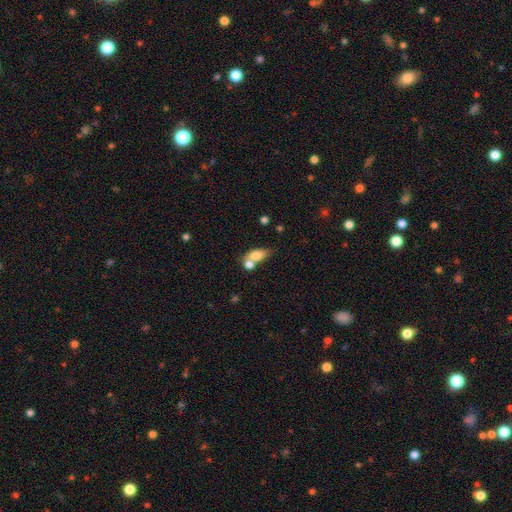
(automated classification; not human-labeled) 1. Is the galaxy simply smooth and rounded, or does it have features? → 74% smooth, 18% featured or disk, 8% star or artifact.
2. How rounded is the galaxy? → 79% in between, 13% round, 9% cigar-shaped.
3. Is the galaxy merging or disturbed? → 45% merger, 37% none, 12% minor disturbance, 6% major disturbance.